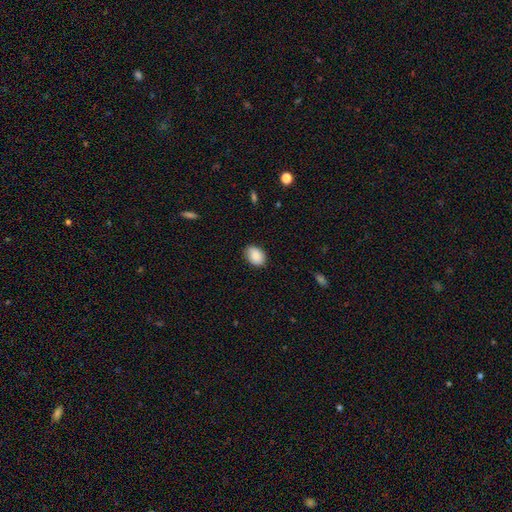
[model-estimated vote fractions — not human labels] Q: Smooth or featured?
A: smooth (88%); runner-up: star or artifact (7%)
Q: How rounded?
A: in between (77%); runner-up: round (22%)
Q: Merging?
A: none (84%); runner-up: minor disturbance (13%)